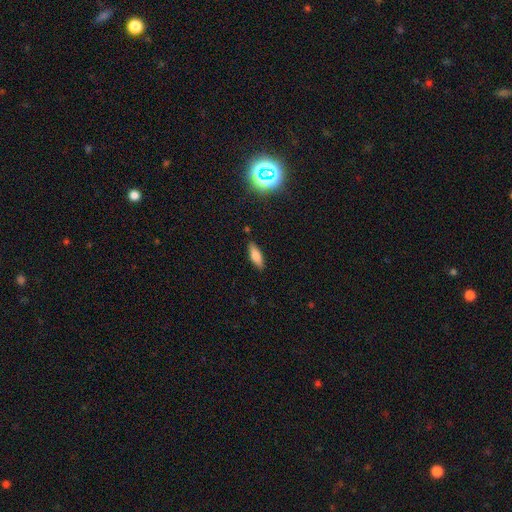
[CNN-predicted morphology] smooth_or_featured: smooth (p=0.75) [alt: featured or disk p=0.15]
how_rounded: in between (p=0.62) [alt: cigar-shaped p=0.36]
merging: none (p=0.85) [alt: minor disturbance p=0.11]